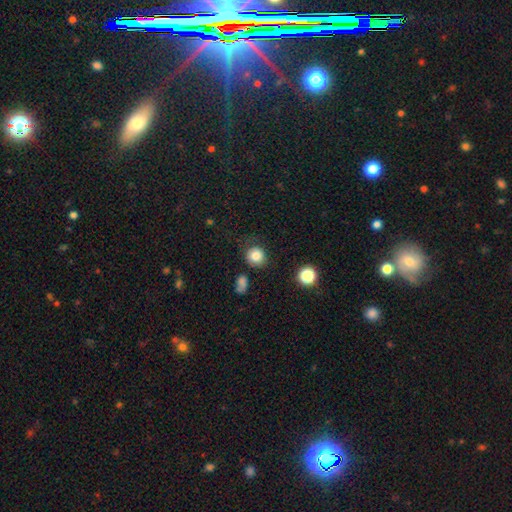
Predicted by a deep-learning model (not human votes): Q: Smooth or featured?
A: smooth (83%); runner-up: star or artifact (11%)
Q: How rounded?
A: round (85%); runner-up: in between (14%)
Q: Merging?
A: none (72%); runner-up: minor disturbance (16%)